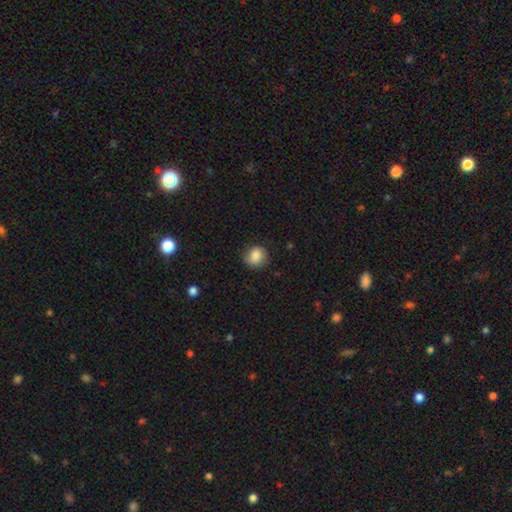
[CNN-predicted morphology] Smooth or featured: smooth — 85% (star or artifact — 9%)
How rounded: round — 77% (in between — 22%)
Merging: none — 77% (minor disturbance — 17%)